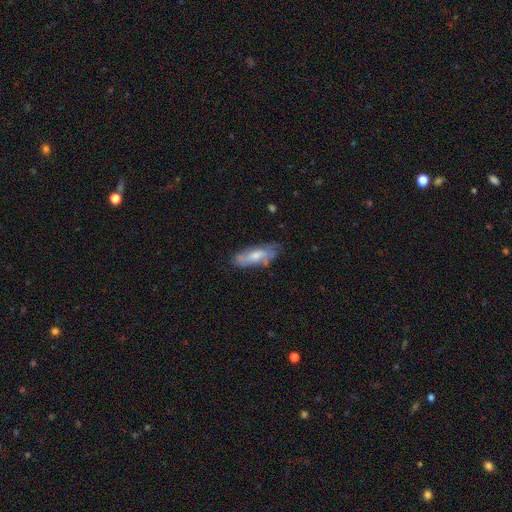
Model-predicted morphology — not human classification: smooth-or-featured: smooth: 55% | featured or disk: 39% | star or artifact: 7%
  how-rounded: in between: 62% | cigar-shaped: 36% | round: 2%
  merging: none: 62% | minor disturbance: 27% | major disturbance: 8% | merger: 3%